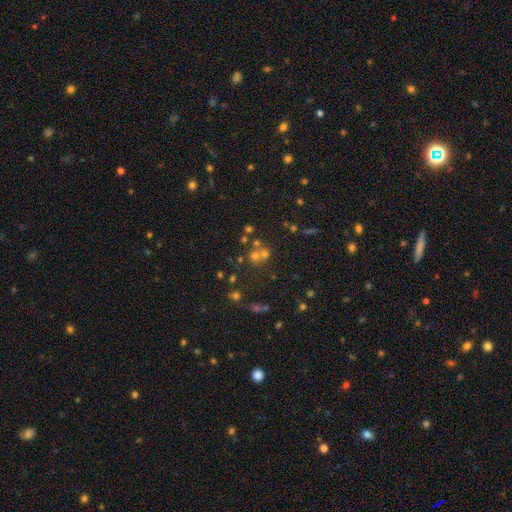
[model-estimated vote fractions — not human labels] Smooth or featured? smooth (45%)
Merging? none (50%)